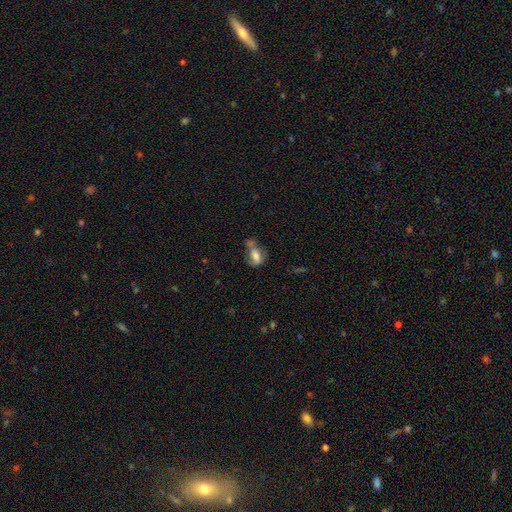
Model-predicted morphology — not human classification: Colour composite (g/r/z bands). It shows a smooth galaxy with no disk features (65%) that is in between round and cigar-shaped (79%). Merging: merger (32%, tied with none).